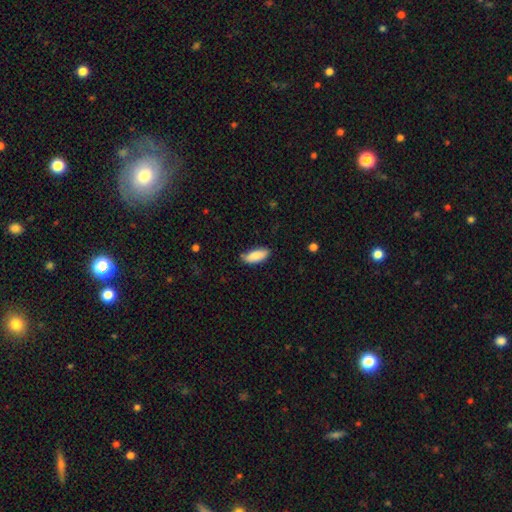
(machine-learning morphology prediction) The model was most divided on "merging": none: 77%, minor disturbance: 19%, major disturbance: 3%, merger: 2%. More confident: smooth or featured — smooth (87%); how rounded — in between (80%).